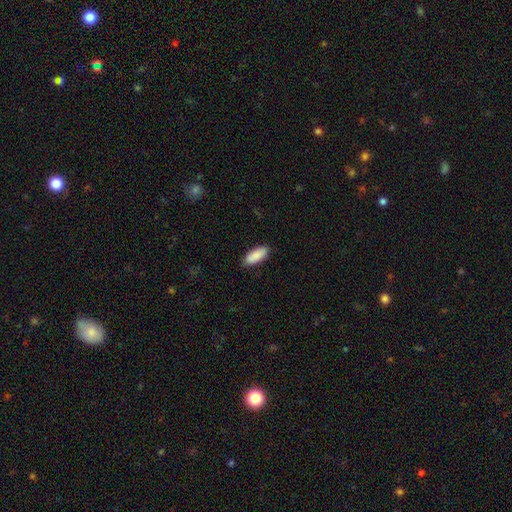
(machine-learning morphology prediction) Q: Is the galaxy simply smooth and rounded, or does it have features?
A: smooth — 90%.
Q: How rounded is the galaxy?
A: in between — 80%.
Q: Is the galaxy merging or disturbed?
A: none — 88%.